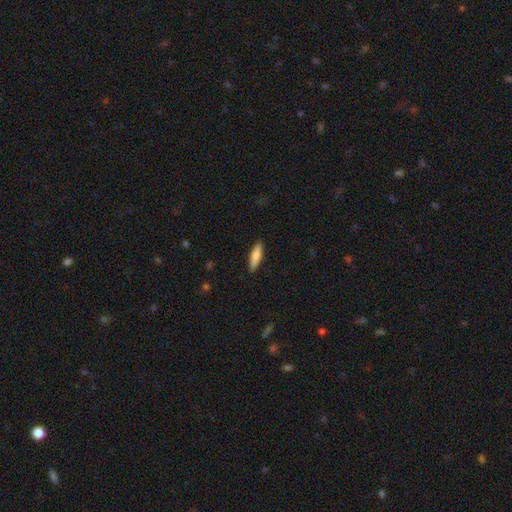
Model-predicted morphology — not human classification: Smooth or featured: smooth — 78% (featured or disk — 16%)
How rounded: cigar-shaped — 70% (in between — 28%)
Merging: none — 90% (minor disturbance — 7%)